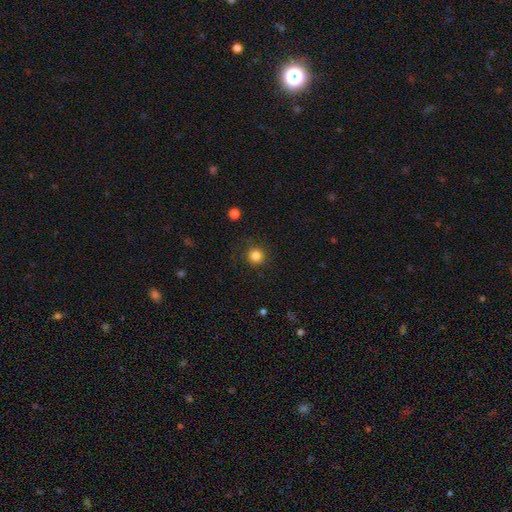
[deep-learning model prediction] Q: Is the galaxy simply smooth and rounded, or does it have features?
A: smooth — 84%.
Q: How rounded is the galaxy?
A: round — 94%.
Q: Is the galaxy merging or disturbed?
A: none — 90%.